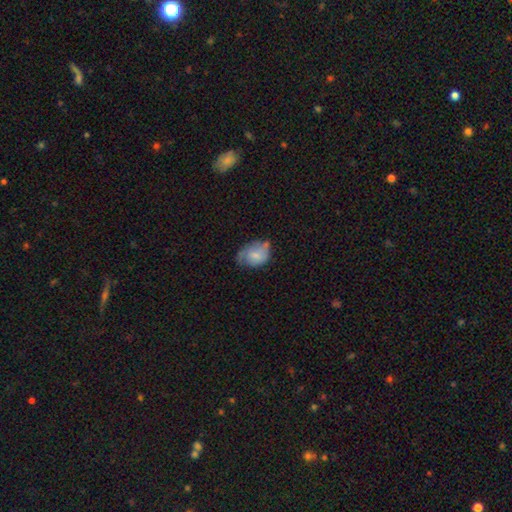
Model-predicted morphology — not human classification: Smooth or featured? Predicted: smooth (p=0.62). How rounded? Predicted: in between (p=0.74). Merging? Predicted: none (p=0.40, tied with minor disturbance).